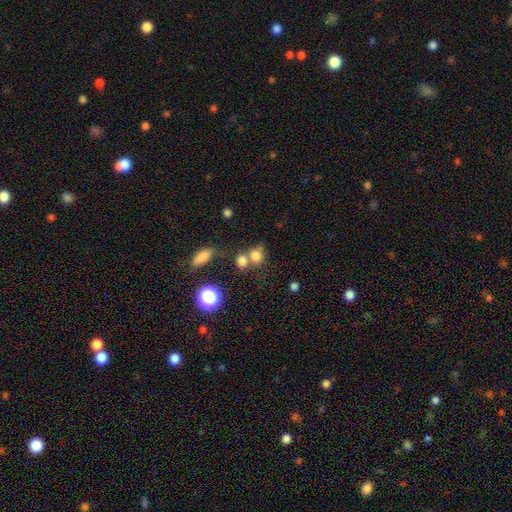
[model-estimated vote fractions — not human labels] Smooth or featured? smooth (77%)
How rounded? round (65%)
Merging? merger (44%)